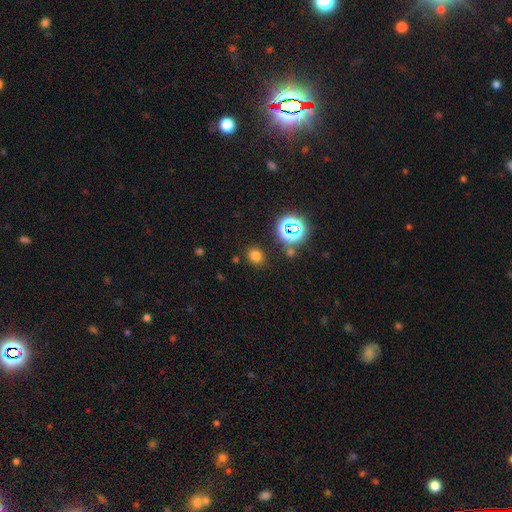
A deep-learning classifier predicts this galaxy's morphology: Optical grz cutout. It shows a smooth galaxy with no disk features (71%) that is round (67%). Merging: none (84%).